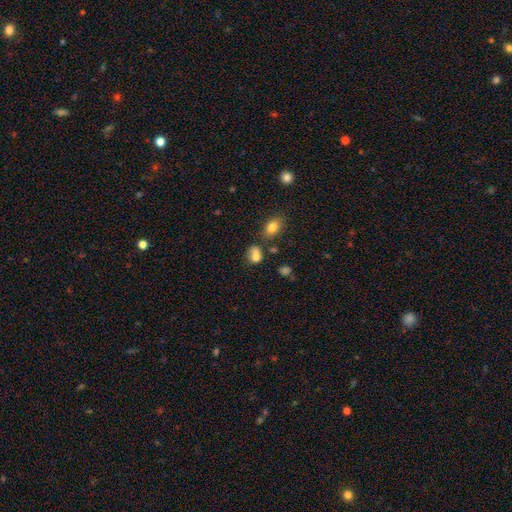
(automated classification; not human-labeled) A smooth galaxy with no disk features (75%) that is in between round and cigar-shaped (57%).

Vote fractions:
- Smooth or featured? smooth: 75% / star or artifact: 13% / featured or disk: 12%
- How rounded? in between: 57% / round: 41% / cigar-shaped: 2%
- Merging? none: 44% / merger: 24% / minor disturbance: 22% / major disturbance: 11%